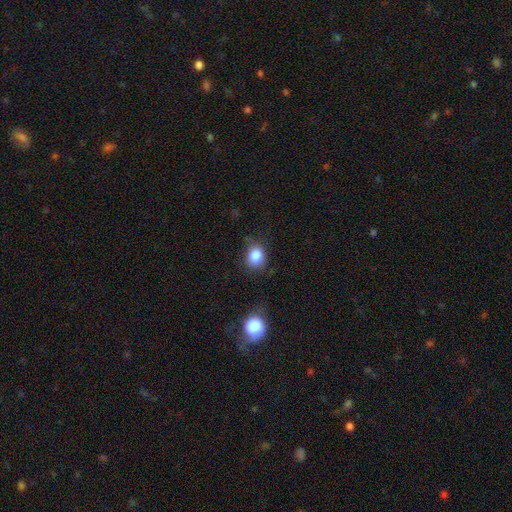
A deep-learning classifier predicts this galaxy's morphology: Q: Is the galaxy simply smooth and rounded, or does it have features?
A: smooth — 84%.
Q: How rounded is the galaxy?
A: round — 51%.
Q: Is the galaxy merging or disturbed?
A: none — 72%.